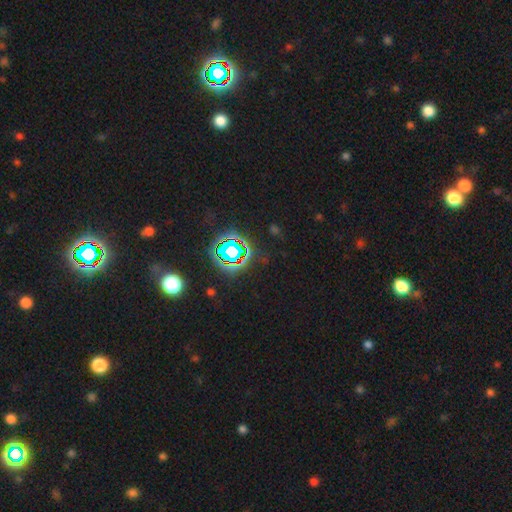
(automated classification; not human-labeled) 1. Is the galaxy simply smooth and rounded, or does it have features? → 80% star or artifact, 12% smooth, 8% featured or disk.